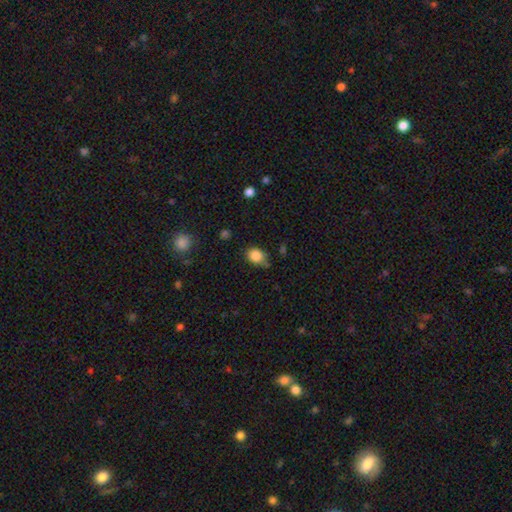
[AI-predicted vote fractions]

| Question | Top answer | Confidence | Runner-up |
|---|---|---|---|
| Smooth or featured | smooth | 84% | star or artifact (10%) |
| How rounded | round | 52% | in between (47%) |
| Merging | none | 65% | minor disturbance (26%) |